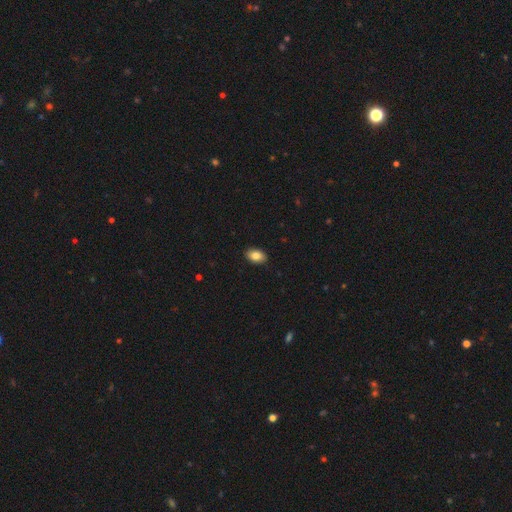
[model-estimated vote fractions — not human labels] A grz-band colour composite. It shows a smooth galaxy with no disk features (85%) that is in between round and cigar-shaped (89%). Merging: none (90%).